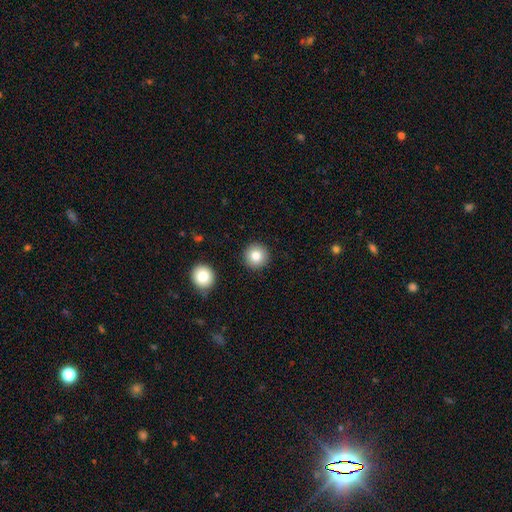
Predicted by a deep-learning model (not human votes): This is clearly a smooth galaxy (82%). How rounded: clearly round (95%). Merging: clearly none (90%).